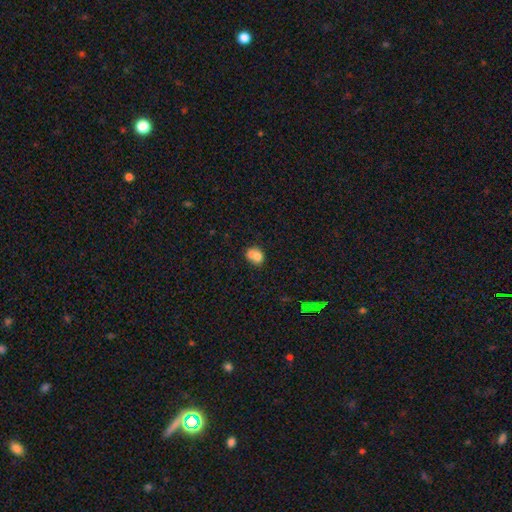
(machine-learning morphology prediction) Overall: smooth (72%). How rounded: round (59%; in between 40%). Merging: merger (49%; none 32%).